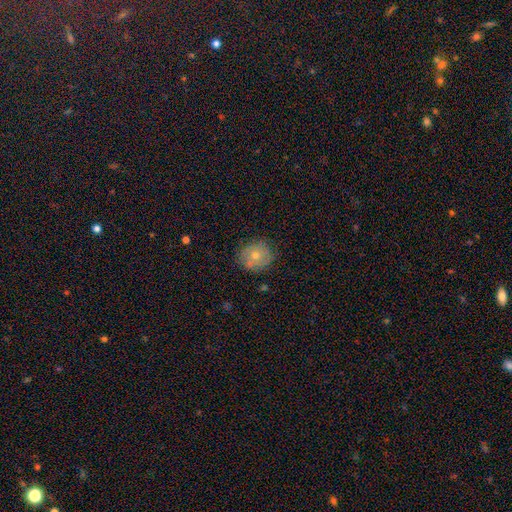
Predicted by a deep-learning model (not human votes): Overall: smooth (63%; featured or disk 29%). How rounded: round (75%). Merging: none (79%).